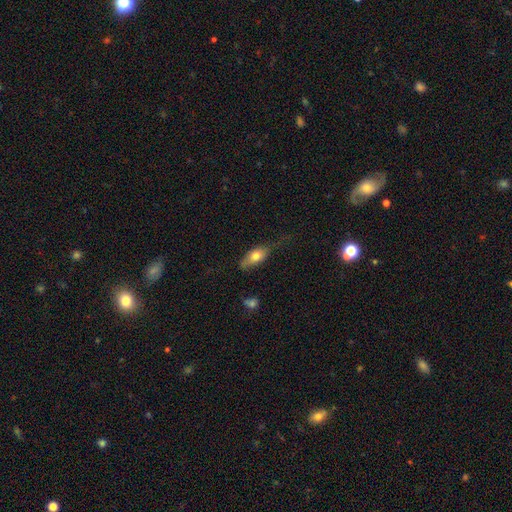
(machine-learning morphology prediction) smooth_or_featured: smooth (p=0.70) [alt: featured or disk p=0.23]
how_rounded: in between (p=0.81) [alt: cigar-shaped p=0.14]
merging: none (p=0.49) [alt: minor disturbance p=0.32]